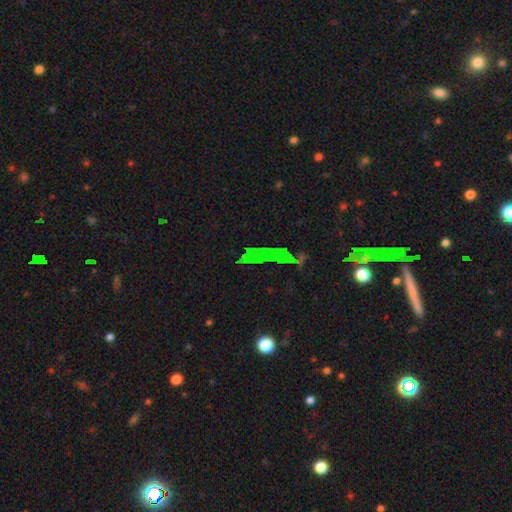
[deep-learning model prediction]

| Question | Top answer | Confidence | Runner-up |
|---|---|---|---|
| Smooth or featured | star or artifact | 65% | smooth (19%) |